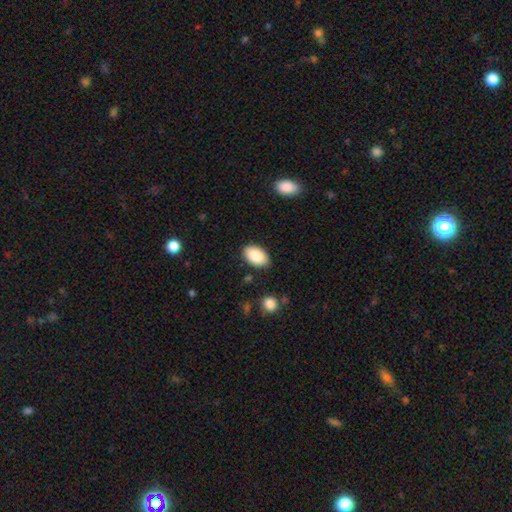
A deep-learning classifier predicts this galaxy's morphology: This is clearly a smooth galaxy (88%). How rounded: clearly in between (93%). Merging: clearly none (85%).